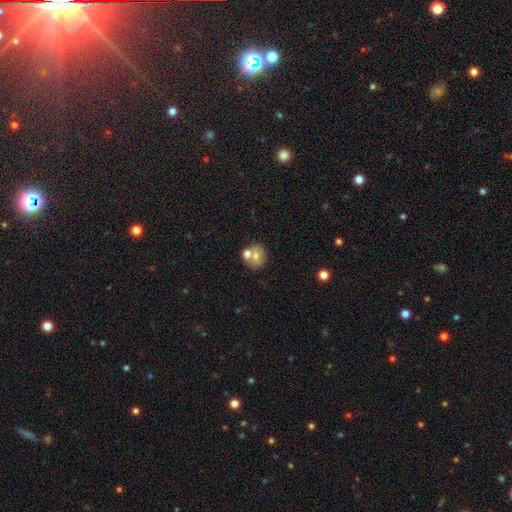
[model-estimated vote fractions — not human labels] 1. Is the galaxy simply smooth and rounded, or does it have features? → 66% smooth, 25% featured or disk, 9% star or artifact.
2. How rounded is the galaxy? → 73% round, 26% in between, 1% cigar-shaped.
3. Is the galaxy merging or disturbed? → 52% none, 33% merger, 11% minor disturbance, 4% major disturbance.